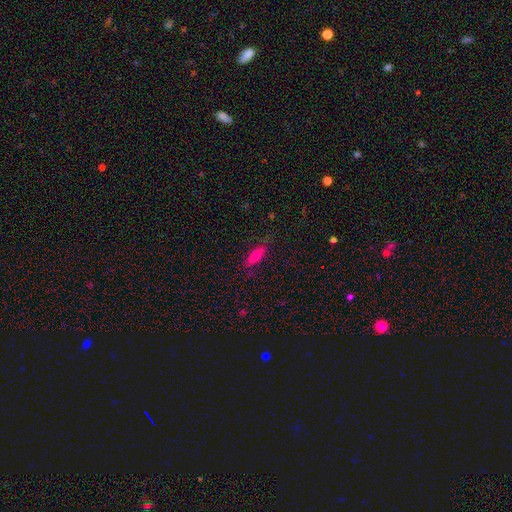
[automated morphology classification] smooth-or-featured: smooth: 71% | featured or disk: 21% | star or artifact: 8%
  how-rounded: cigar-shaped: 57% | in between: 41% | round: 2%
  merging: none: 80% | minor disturbance: 15% | major disturbance: 3% | merger: 1%